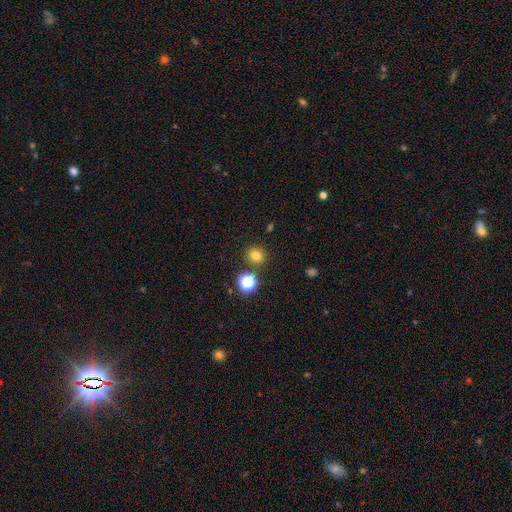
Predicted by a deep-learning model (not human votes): Morphology: type=smooth (77%); roundness=round (88%); merging=none (86%).